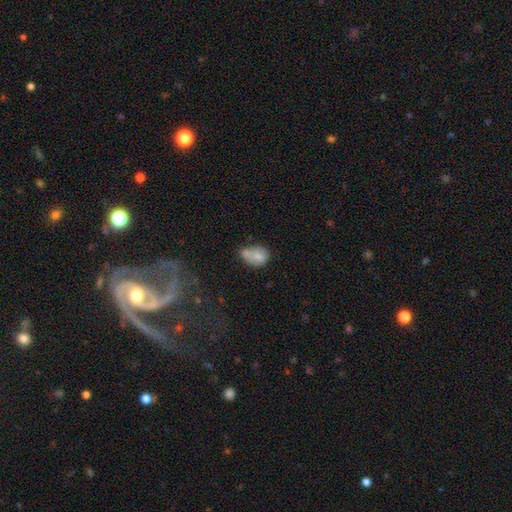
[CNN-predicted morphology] Smooth or featured?
  - smooth: 72% *
  - featured or disk: 19%
  - star or artifact: 9%
How rounded?
  - in between: 68% *
  - round: 31%
  - cigar-shaped: 1%
Merging?
  - merger: 36% *
  - none: 30%
  - minor disturbance: 24%
  - major disturbance: 10%